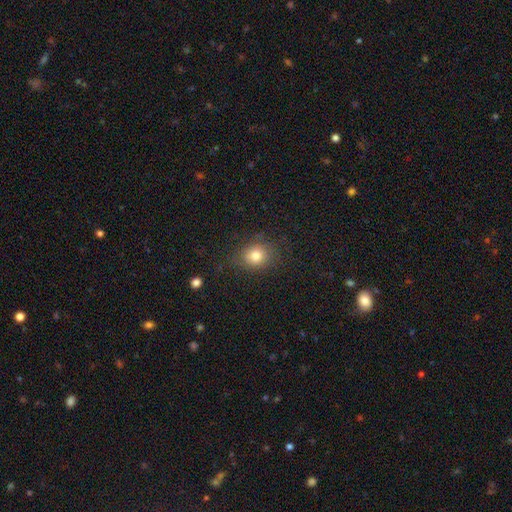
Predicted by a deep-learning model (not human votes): A smooth galaxy with no disk features (80%) that is round (67%). Merging: none (80%).